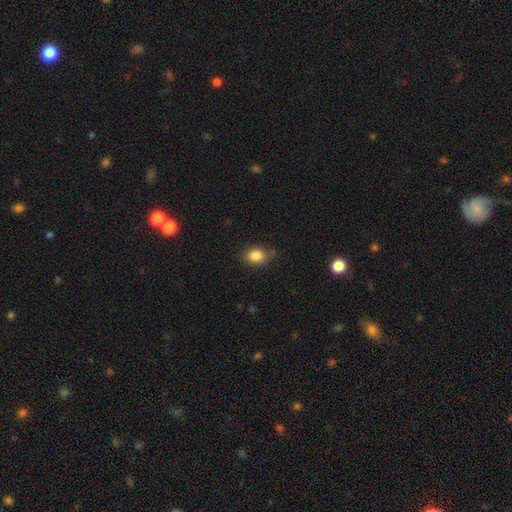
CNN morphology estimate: type=smooth (85%); roundness=in between (64%); merging=none (79%).